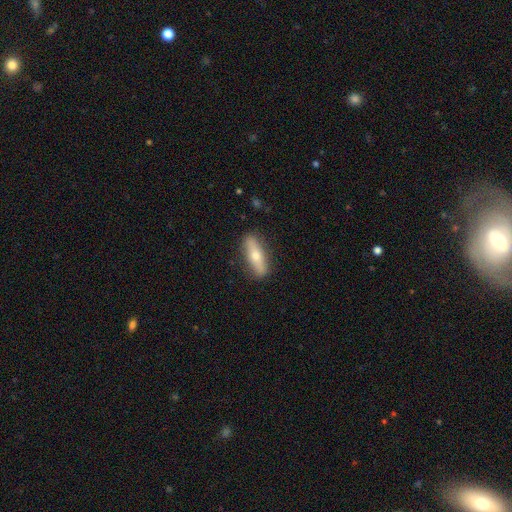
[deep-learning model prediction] This is possibly a smooth galaxy (53%). How rounded: possibly cigar-shaped (58%). Merging: clearly none (86%).